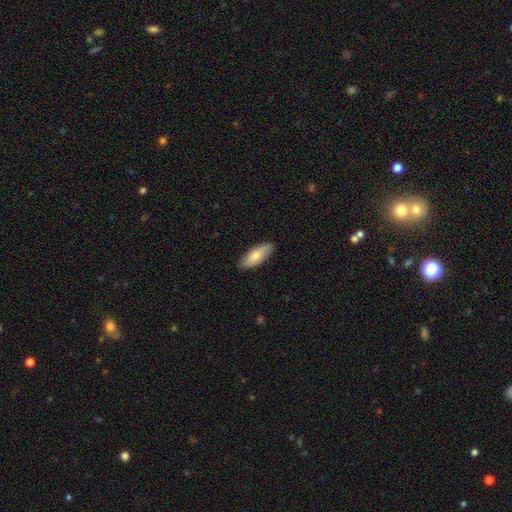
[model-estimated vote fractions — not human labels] This appears to be a smooth galaxy with no disk features (73%) that is in between round and cigar-shaped (78%). Merging: none (84%).